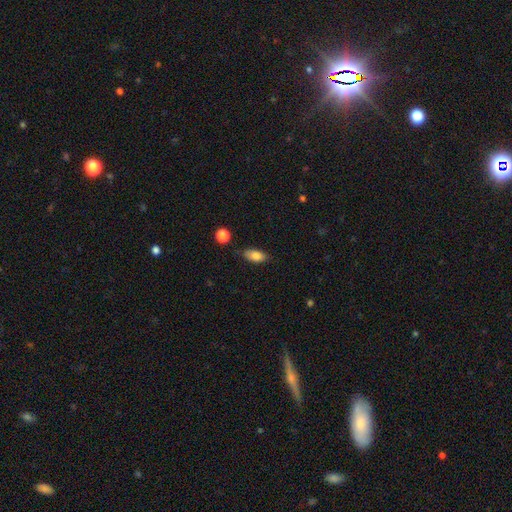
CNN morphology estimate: smooth 83%, featured or disk 9%, star or artifact 8%. Down the decision tree: how rounded — in between (88%); merging — none (78%).